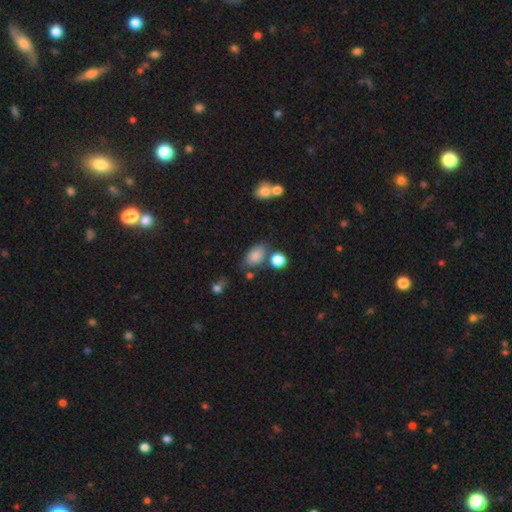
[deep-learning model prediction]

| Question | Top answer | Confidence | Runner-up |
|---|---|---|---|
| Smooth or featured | smooth | 83% | star or artifact (10%) |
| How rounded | in between | 84% | round (14%) |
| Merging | none | 61% | minor disturbance (20%) |